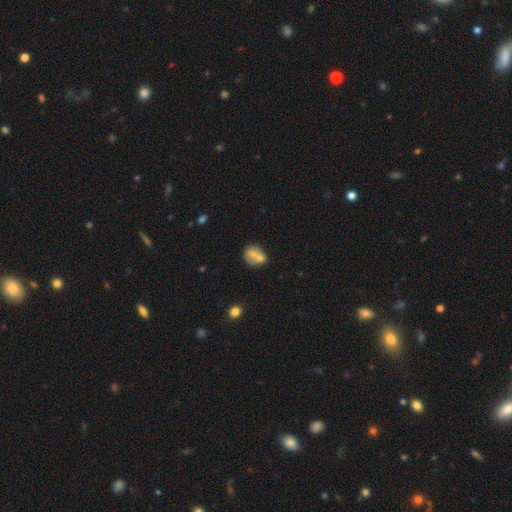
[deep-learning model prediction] smooth 69%, featured or disk 22%, star or artifact 9%. Down the decision tree: how rounded — round (55%); merging — merger (48%).